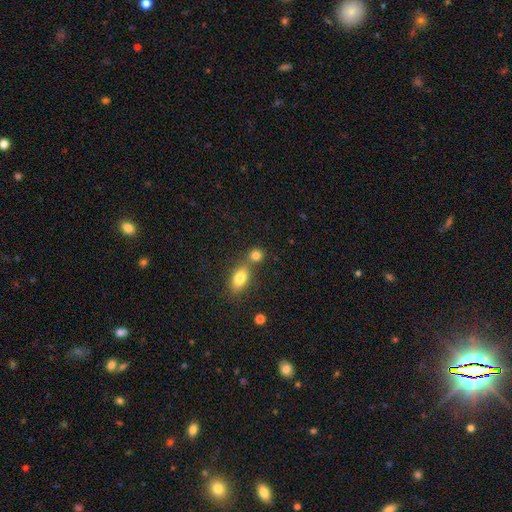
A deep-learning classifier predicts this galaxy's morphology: A smooth galaxy with no disk features (81%) that is round (65%).

Vote fractions:
- Smooth or featured? smooth: 81% / star or artifact: 11% / featured or disk: 8%
- How rounded? round: 65% / in between: 32% / cigar-shaped: 3%
- Merging? none: 51% / merger: 38% / minor disturbance: 8% / major disturbance: 3%